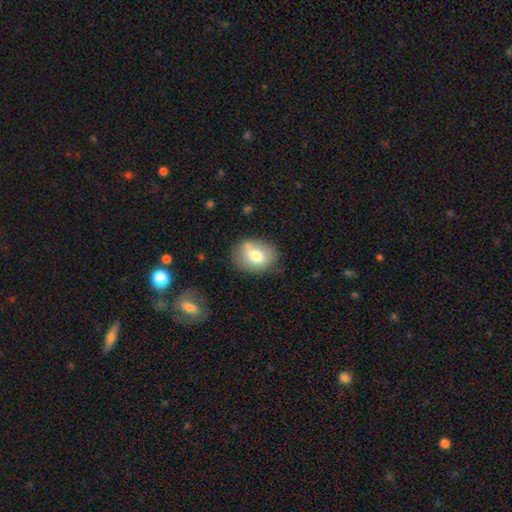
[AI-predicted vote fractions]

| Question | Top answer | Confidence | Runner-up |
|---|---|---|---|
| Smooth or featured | smooth | 70% | featured or disk (22%) |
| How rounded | in between | 56% | round (43%) |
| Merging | none | 68% | minor disturbance (22%) |